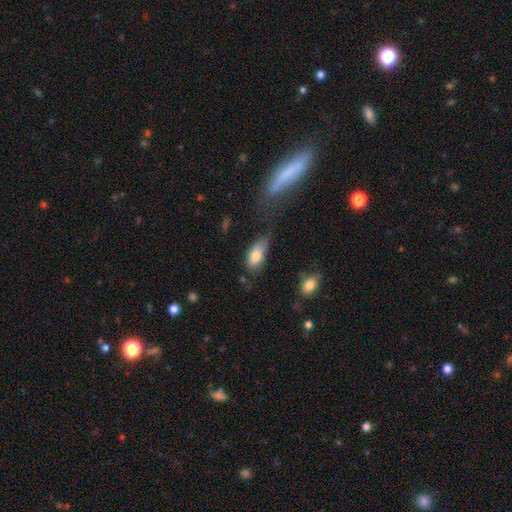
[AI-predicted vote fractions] The model was most divided on "merging": none: 47%, minor disturbance: 35%, major disturbance: 14%, merger: 5%. More confident: how rounded — in between (89%); smooth or featured — smooth (79%).